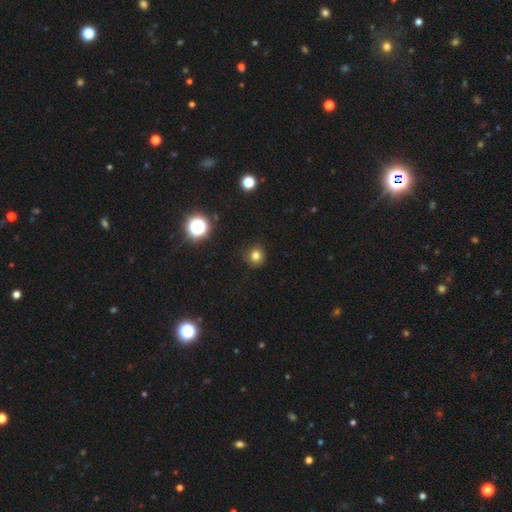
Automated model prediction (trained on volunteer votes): This is likely a smooth galaxy (79%). How rounded: clearly round (90%). Merging: clearly none (89%).